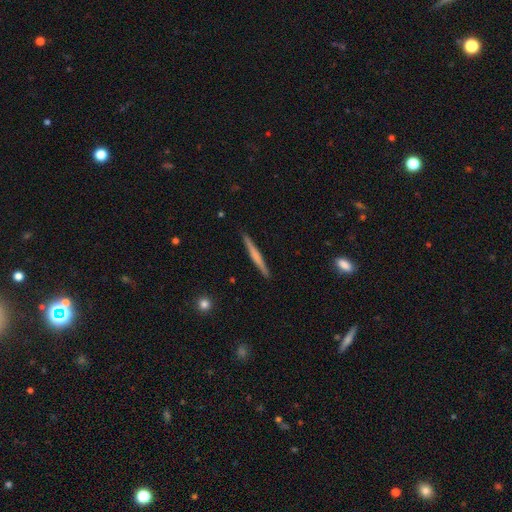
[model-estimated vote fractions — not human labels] Smooth or featured? smooth (50%)
Merging? none (91%)